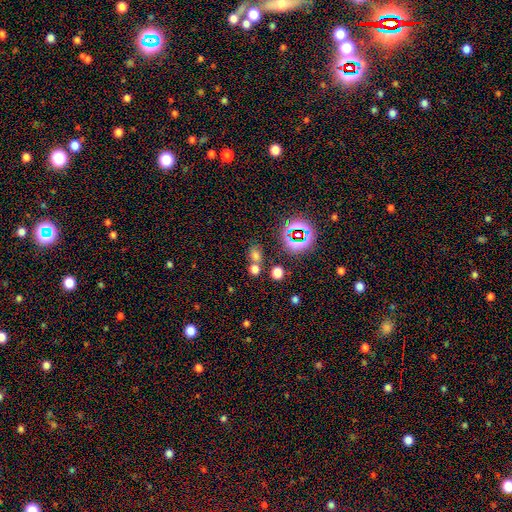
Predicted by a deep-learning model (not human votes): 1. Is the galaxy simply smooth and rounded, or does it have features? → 58% smooth, 33% star or artifact, 9% featured or disk.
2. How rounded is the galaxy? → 54% round, 44% in between, 2% cigar-shaped.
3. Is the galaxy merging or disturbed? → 58% none, 29% merger, 9% minor disturbance, 4% major disturbance.